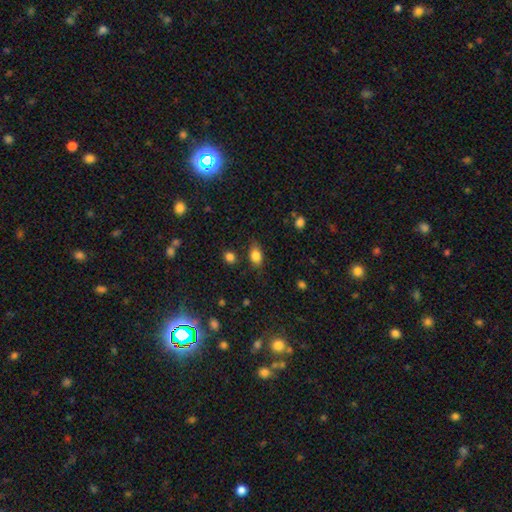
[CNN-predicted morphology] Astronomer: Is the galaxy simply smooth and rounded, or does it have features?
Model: smooth — 83%.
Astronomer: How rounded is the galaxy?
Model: in between — 79%.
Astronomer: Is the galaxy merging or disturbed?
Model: none — 76%.